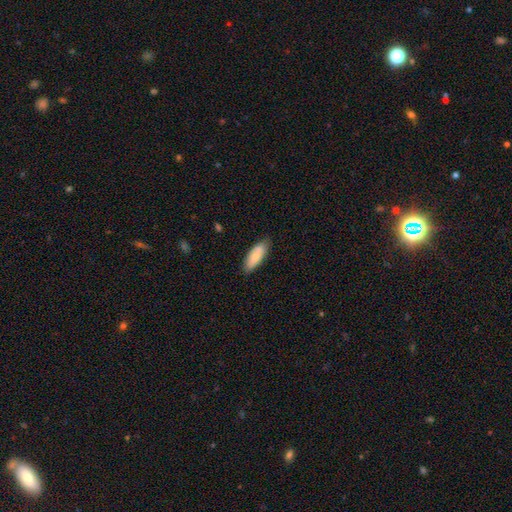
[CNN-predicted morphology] smooth 77%, featured or disk 17%, star or artifact 6%. Down the decision tree: how rounded — in between (71%); merging — none (81%).